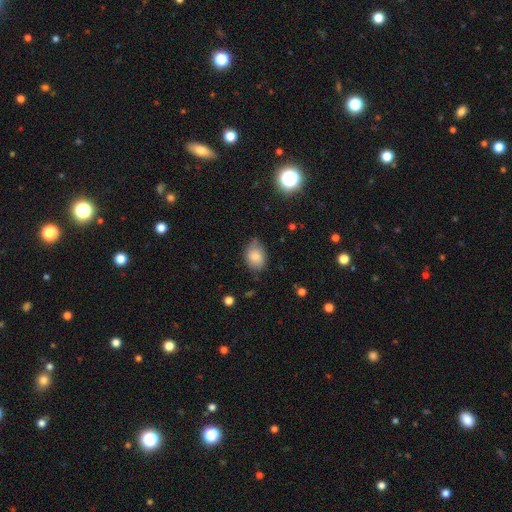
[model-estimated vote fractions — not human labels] Smooth or featured: smooth — 82% (featured or disk — 9%)
How rounded: in between — 73% (round — 26%)
Merging: none — 65% (minor disturbance — 28%)